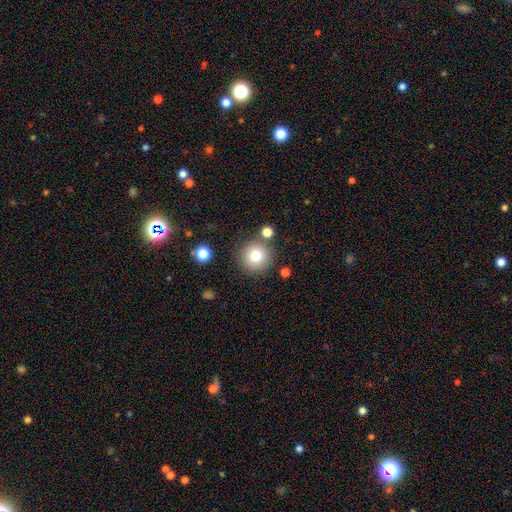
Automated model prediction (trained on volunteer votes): smooth 80%, star or artifact 11%, featured or disk 10%. Down the decision tree: how rounded — round (95%); merging — none (82%).